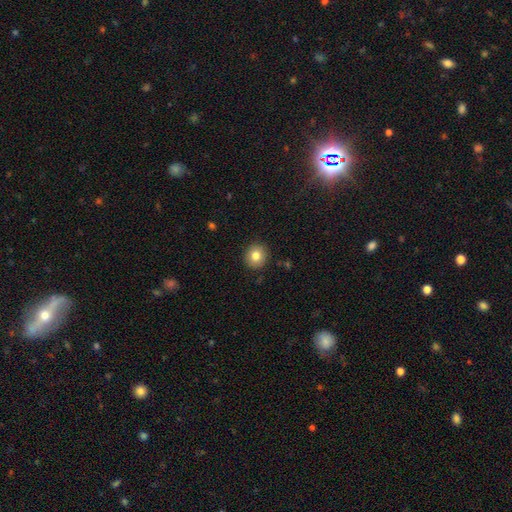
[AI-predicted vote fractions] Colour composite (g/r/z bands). It shows a smooth galaxy with no disk features (81%) that is round (87%). Merging: none (90%).